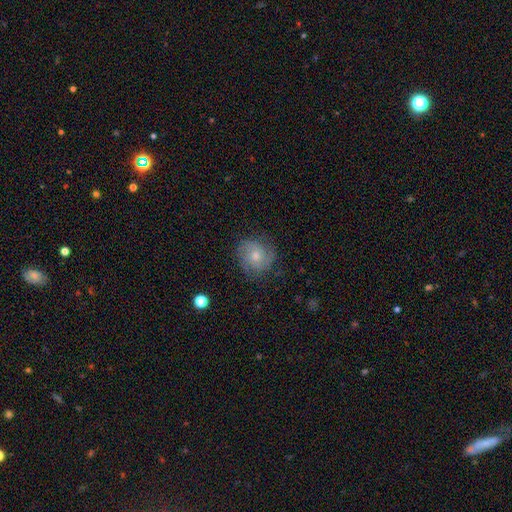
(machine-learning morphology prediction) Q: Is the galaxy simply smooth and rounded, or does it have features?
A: featured or disk — 55%.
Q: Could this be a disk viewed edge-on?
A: no — 97%.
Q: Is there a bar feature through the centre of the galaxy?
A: no — 77%.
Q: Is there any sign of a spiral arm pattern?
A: yes — 86%.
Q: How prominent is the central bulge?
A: moderate — 50%.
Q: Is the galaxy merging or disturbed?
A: none — 74%.